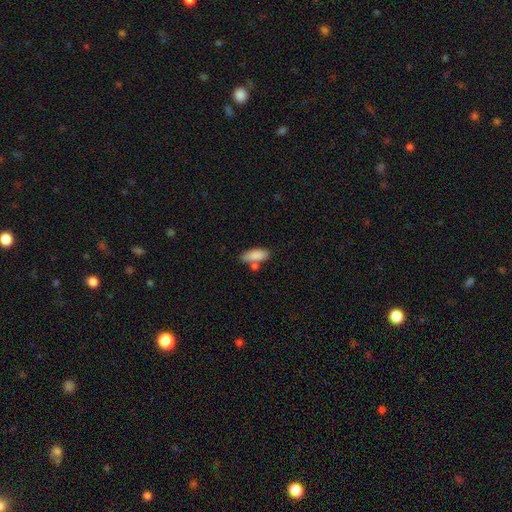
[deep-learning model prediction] smooth_or_featured: smooth (p=0.87) [alt: star or artifact p=0.07]
how_rounded: in between (p=0.77) [alt: cigar-shaped p=0.21]
merging: none (p=0.61) [alt: merger p=0.20]